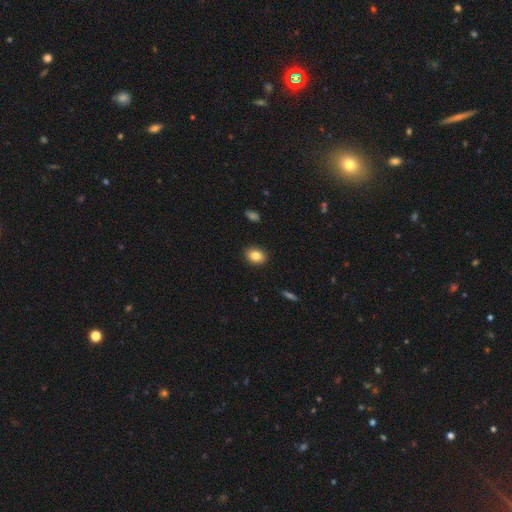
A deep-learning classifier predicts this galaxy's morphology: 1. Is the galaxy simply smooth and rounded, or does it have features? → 84% smooth, 9% star or artifact, 8% featured or disk.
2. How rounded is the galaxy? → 66% in between, 32% round, 1% cigar-shaped.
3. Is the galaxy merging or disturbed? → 90% none, 7% minor disturbance, 2% major disturbance, 1% merger.